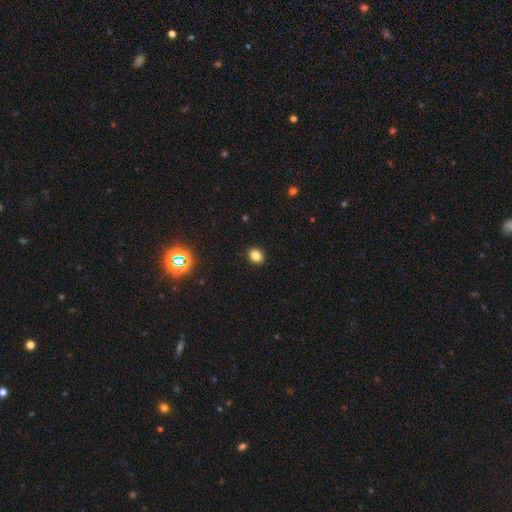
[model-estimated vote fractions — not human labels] Q: Smooth or featured?
A: smooth (82%); runner-up: star or artifact (13%)
Q: How rounded?
A: round (50%); runner-up: in between (49%)
Q: Merging?
A: none (91%); runner-up: minor disturbance (6%)